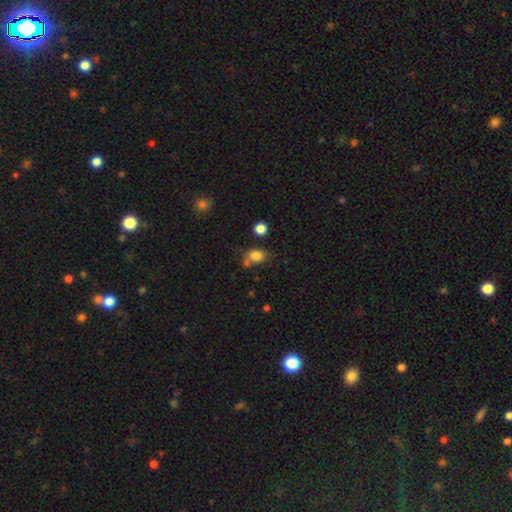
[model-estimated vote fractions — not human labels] A smooth galaxy with no disk features (82%) that is in between round and cigar-shaped (58%). Merging: none (63%).